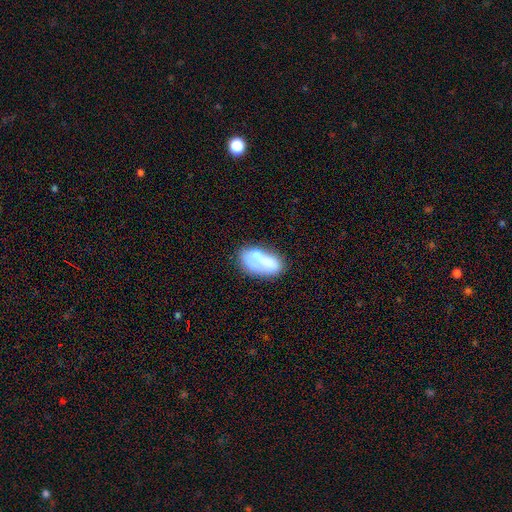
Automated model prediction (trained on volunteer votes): The model was most divided on "merging": merger: 43%, none: 28%, minor disturbance: 17%, major disturbance: 12%. More confident: how rounded — in between (90%); smooth or featured — smooth (64%).